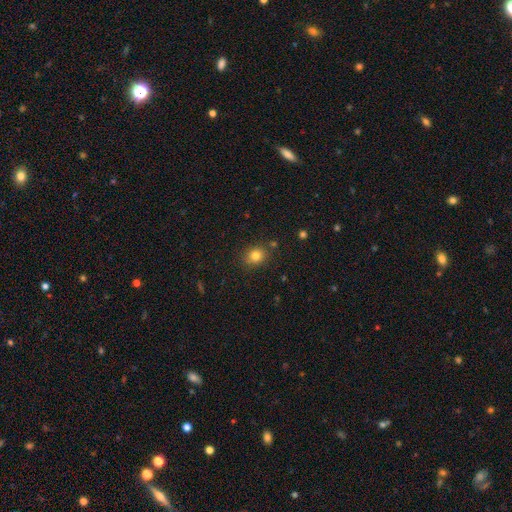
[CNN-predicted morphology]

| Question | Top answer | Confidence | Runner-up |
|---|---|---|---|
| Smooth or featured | smooth | 81% | star or artifact (12%) |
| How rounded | round | 69% | in between (30%) |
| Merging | none | 83% | minor disturbance (10%) |